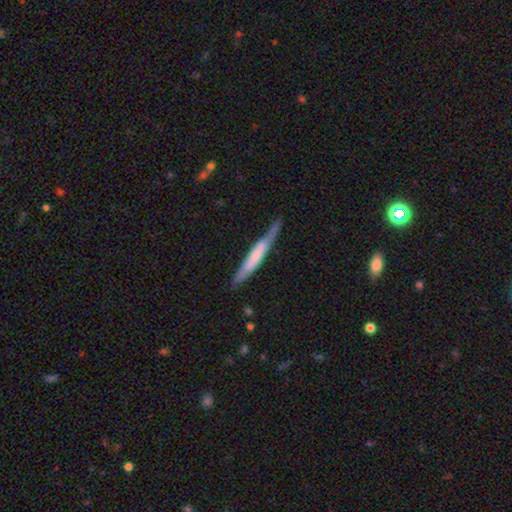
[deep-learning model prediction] Smooth or featured?
  - smooth: 48% *
  - featured or disk: 47%
  - star or artifact: 5%
Merging?
  - none: 74% *
  - minor disturbance: 20%
  - major disturbance: 4%
  - merger: 2%